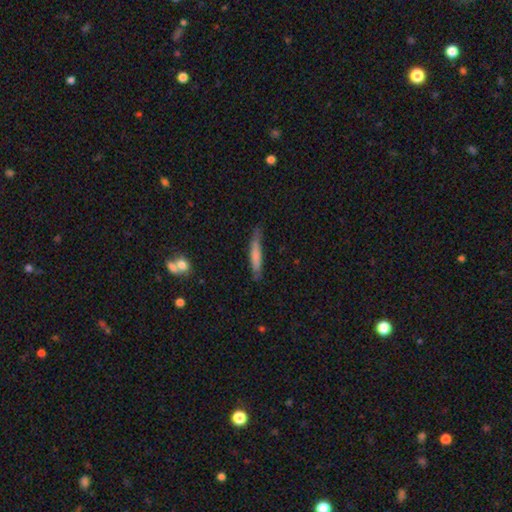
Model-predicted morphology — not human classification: Q: Smooth or featured?
A: smooth (69%); runner-up: featured or disk (25%)
Q: How rounded?
A: cigar-shaped (91%); runner-up: in between (7%)
Q: Merging?
A: none (72%); runner-up: minor disturbance (22%)